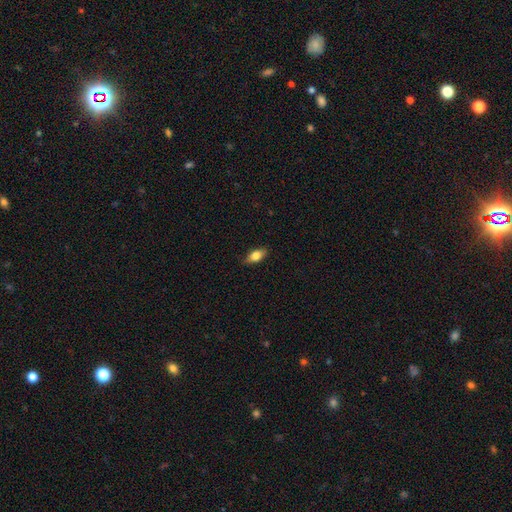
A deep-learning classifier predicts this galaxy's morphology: Smooth or featured? Predicted: smooth (p=0.76). How rounded? Predicted: in between (p=0.84). Merging? Predicted: none (p=0.84).